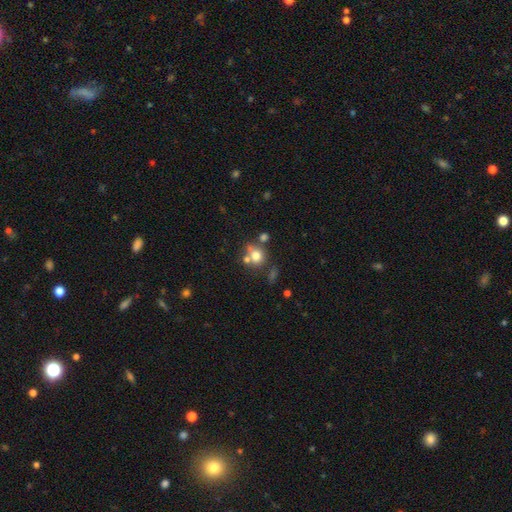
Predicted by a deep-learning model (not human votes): Morphology: type=smooth (72%); roundness=round (79%); merging=none (51%).